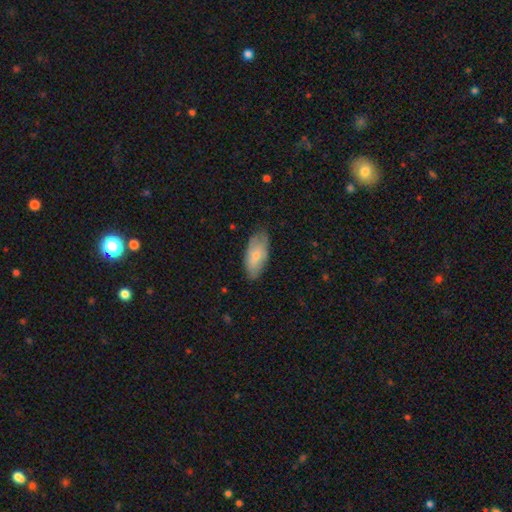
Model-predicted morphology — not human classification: smooth 64%, featured or disk 30%, star or artifact 6%. Down the decision tree: how rounded — in between (89%); merging — none (73%).